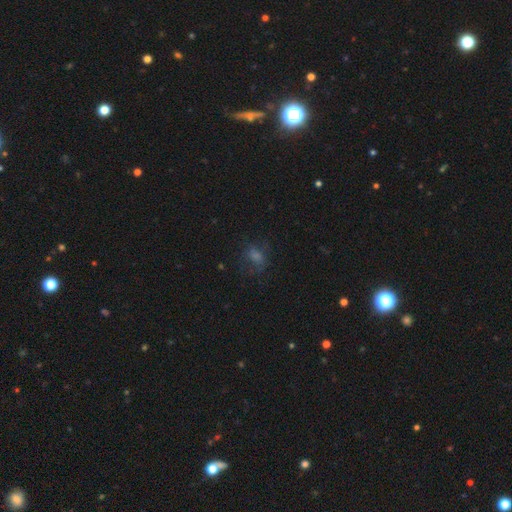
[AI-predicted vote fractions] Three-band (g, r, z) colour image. It shows a smooth galaxy with no disk features (50%). Merging: none (64%).